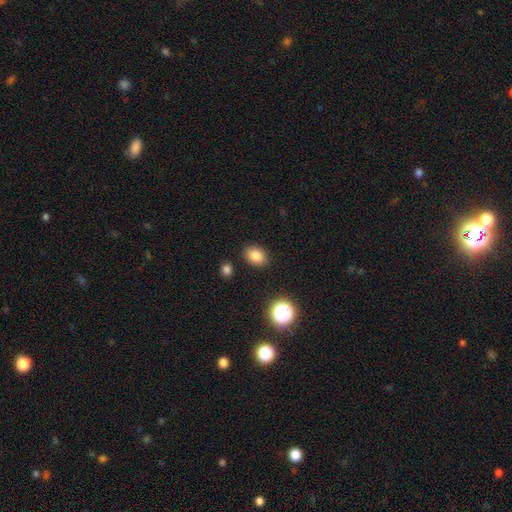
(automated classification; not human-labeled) This is clearly a smooth galaxy (82%). How rounded: likely in between (68%). Merging: clearly none (87%).